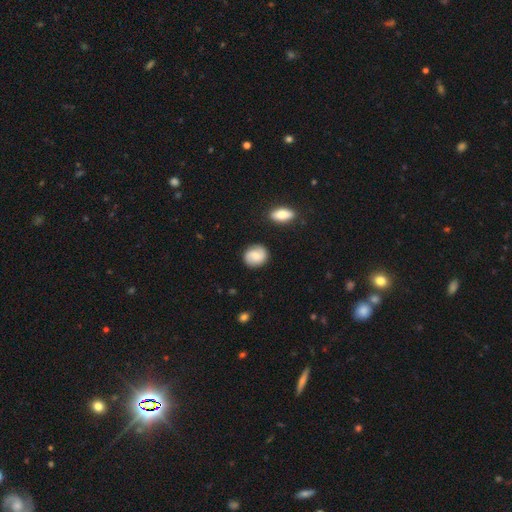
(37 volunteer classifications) This appears to be a smooth galaxy with no disk features (78%) that is round (59%). Merging: none (86%).